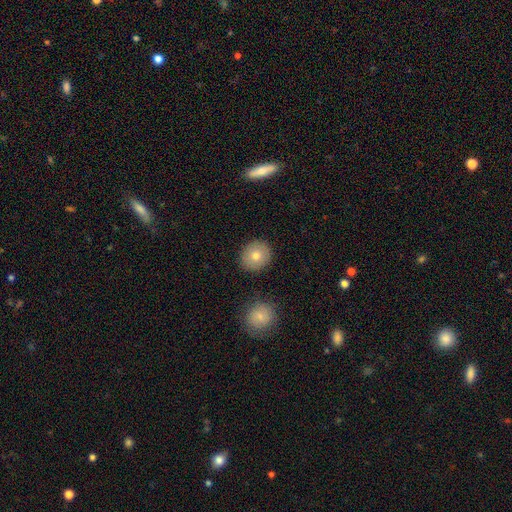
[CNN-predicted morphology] Smooth or featured: smooth — 78% (featured or disk — 14%)
How rounded: round — 82% (in between — 17%)
Merging: none — 89% (minor disturbance — 7%)